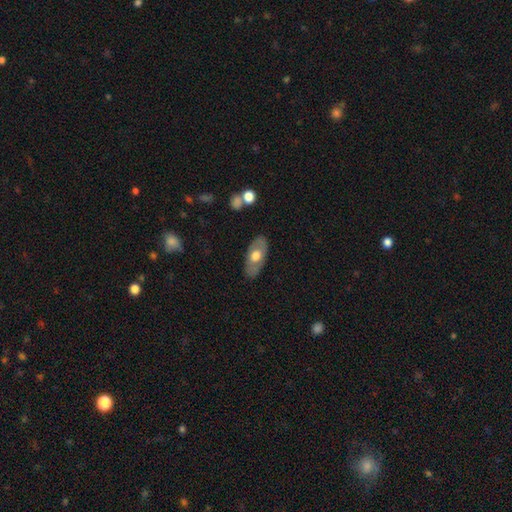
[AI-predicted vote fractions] smooth-or-featured: smooth: 51% | featured or disk: 44% | star or artifact: 5%
  how-rounded: in between: 89% | round: 6% | cigar-shaped: 5%
  merging: none: 82% | minor disturbance: 13% | major disturbance: 3% | merger: 2%